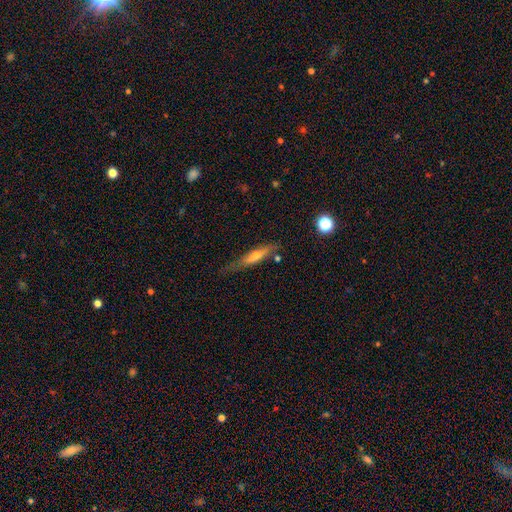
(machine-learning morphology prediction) This appears to be a featured or disk galaxy (51%) viewed edge-on (83%). Merging: none (66%).